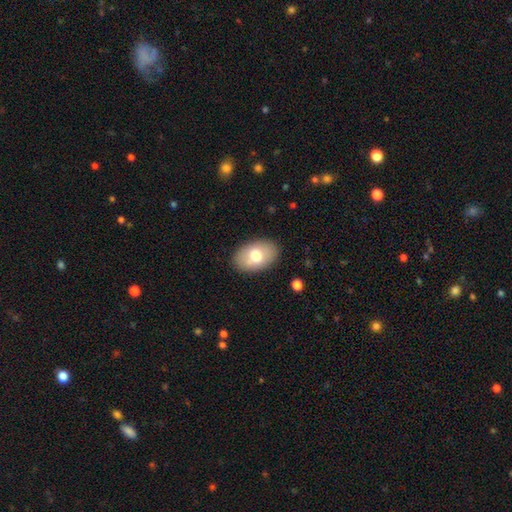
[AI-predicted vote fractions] Smooth or featured?
  - smooth: 72% *
  - featured or disk: 21%
  - star or artifact: 7%
How rounded?
  - in between: 89% *
  - round: 10%
  - cigar-shaped: 1%
Merging?
  - none: 87% *
  - minor disturbance: 9%
  - major disturbance: 3%
  - merger: 1%